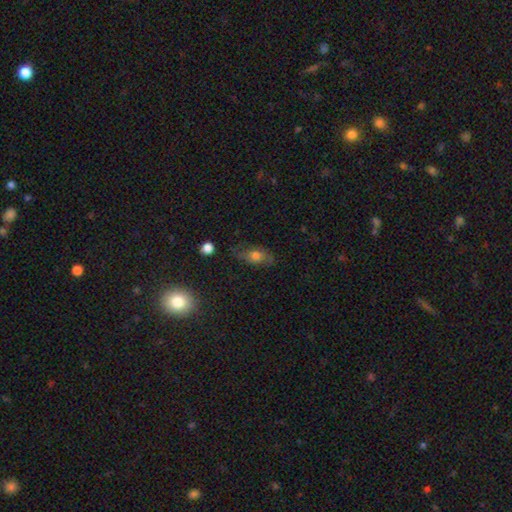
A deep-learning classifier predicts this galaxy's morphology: This is likely a smooth galaxy (63%). How rounded: likely in between (78%). Merging: possibly none (59%).